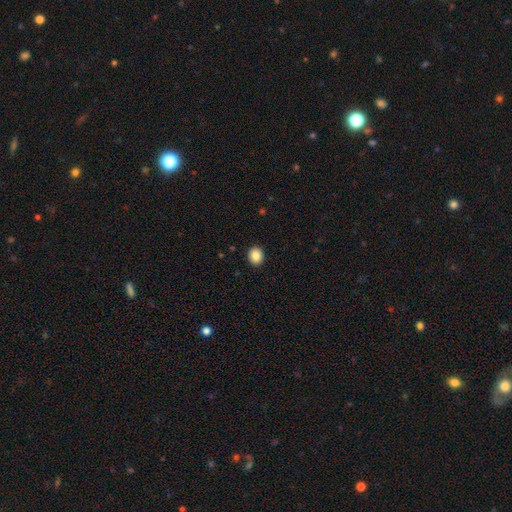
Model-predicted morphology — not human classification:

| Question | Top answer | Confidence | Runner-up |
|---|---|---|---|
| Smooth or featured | smooth | 87% | star or artifact (9%) |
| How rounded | round | 67% | in between (33%) |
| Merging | none | 92% | minor disturbance (5%) |